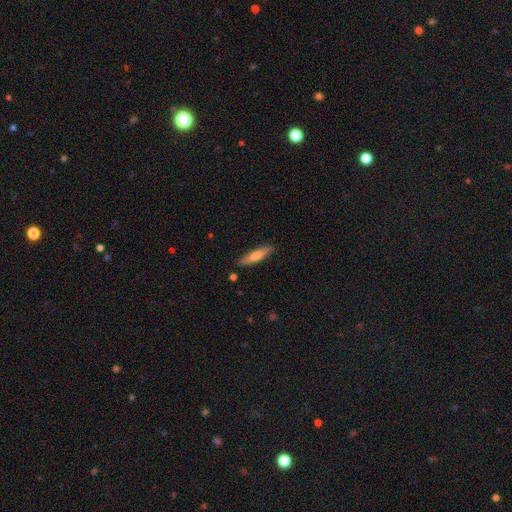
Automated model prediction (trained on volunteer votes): Smooth or featured: smooth — 61% (featured or disk — 33%)
How rounded: cigar-shaped — 83% (in between — 15%)
Merging: none — 87% (minor disturbance — 9%)